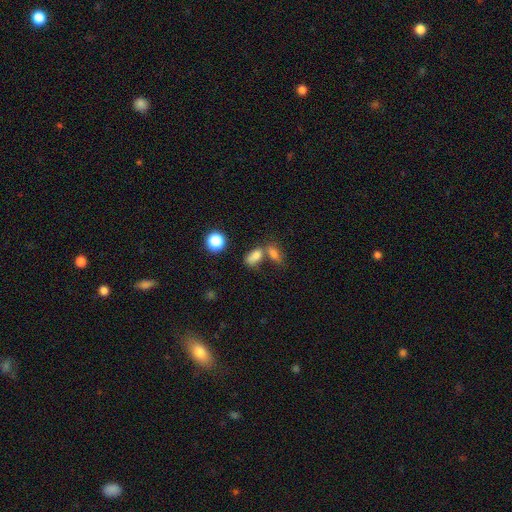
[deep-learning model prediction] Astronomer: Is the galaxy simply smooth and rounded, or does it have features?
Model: smooth — 77%.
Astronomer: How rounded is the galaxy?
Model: in between — 81%.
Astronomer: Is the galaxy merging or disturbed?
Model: merger — 48% (runner-up: none, 35%).